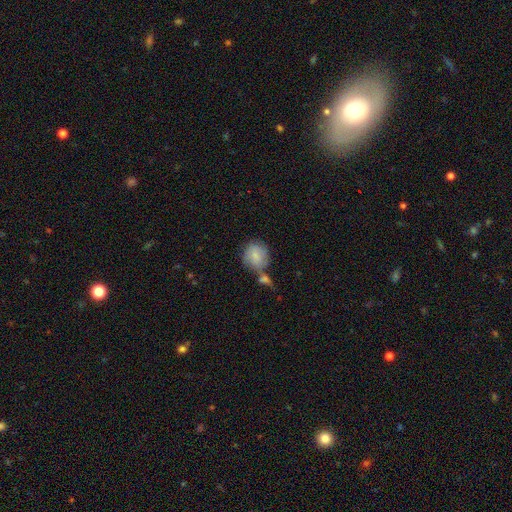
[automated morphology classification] This is likely a smooth galaxy (77%). How rounded: likely round (70%). Merging: possibly none (46%).